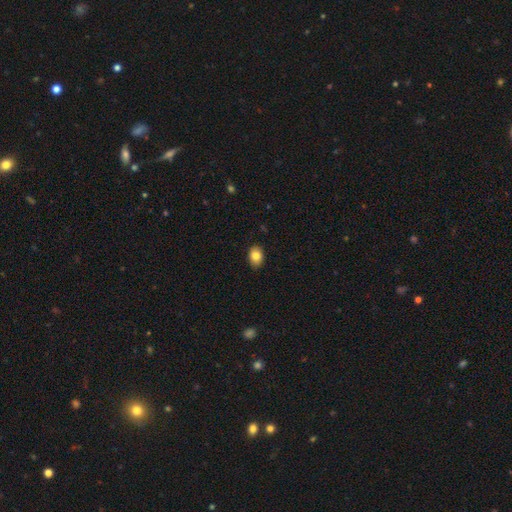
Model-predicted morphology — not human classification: Smooth or featured? smooth (83%)
How rounded? in between (75%)
Merging? none (86%)